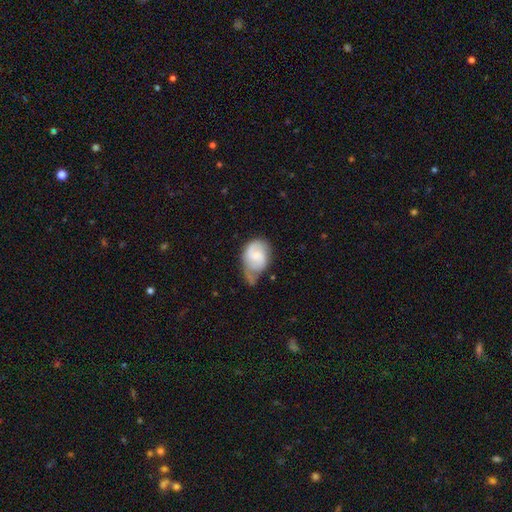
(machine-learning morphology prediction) This appears to be a featured or disk galaxy (52%) with no bar (51%), spiral arms (83%) and a small central bulge (44%). Merging: minor disturbance (40%).